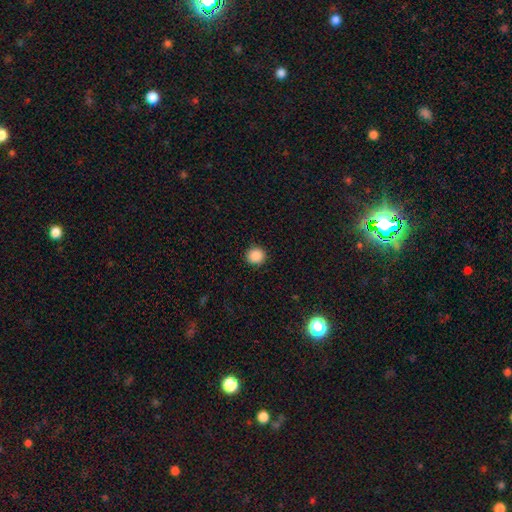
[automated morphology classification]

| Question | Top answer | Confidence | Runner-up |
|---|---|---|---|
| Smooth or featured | smooth | 88% | star or artifact (9%) |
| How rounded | round | 93% | in between (7%) |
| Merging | none | 92% | minor disturbance (5%) |